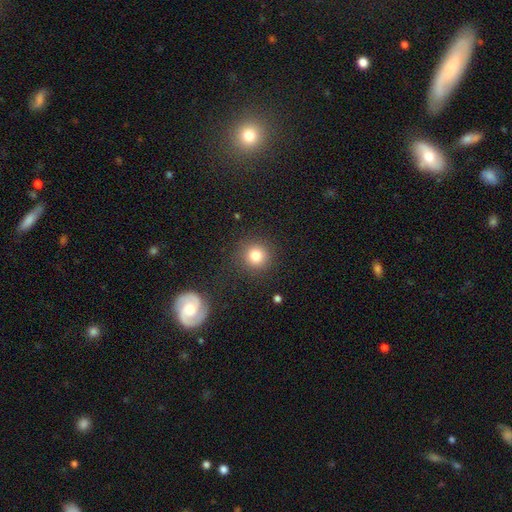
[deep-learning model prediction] A smooth galaxy with no disk features (81%) that is round (93%).

Vote fractions:
- Smooth or featured? smooth: 81% / star or artifact: 12% / featured or disk: 8%
- How rounded? round: 93% / in between: 6% / cigar-shaped: 1%
- Merging? none: 88% / minor disturbance: 7% / major disturbance: 3% / merger: 2%